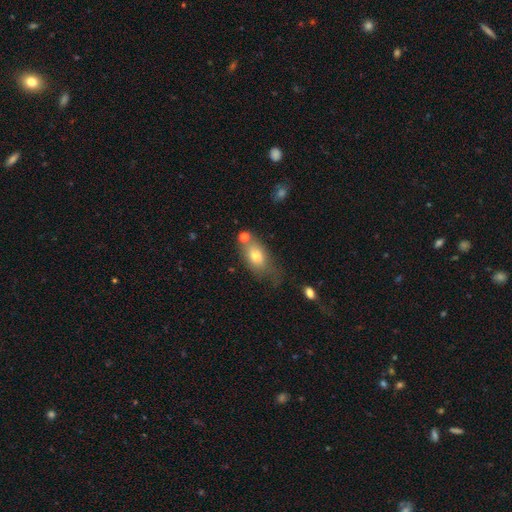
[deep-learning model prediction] Smooth or featured?
  - smooth: 73% *
  - featured or disk: 18%
  - star or artifact: 9%
How rounded?
  - in between: 82% *
  - round: 12%
  - cigar-shaped: 6%
Merging?
  - none: 49% *
  - minor disturbance: 24%
  - merger: 14%
  - major disturbance: 12%